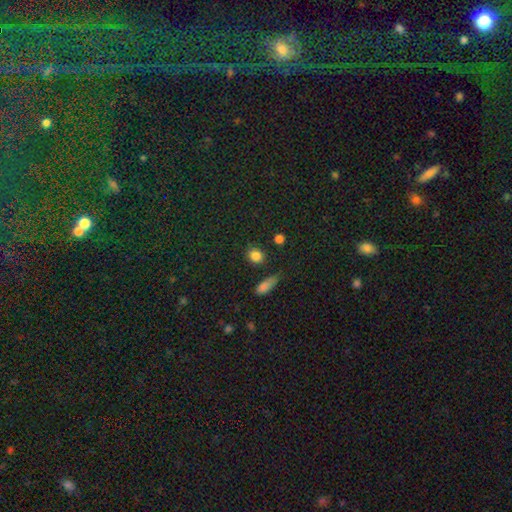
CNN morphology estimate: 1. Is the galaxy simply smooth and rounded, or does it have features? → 84% smooth, 11% star or artifact, 5% featured or disk.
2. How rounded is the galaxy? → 72% round, 26% in between, 2% cigar-shaped.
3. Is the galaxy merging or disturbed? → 82% none, 11% minor disturbance, 4% merger, 3% major disturbance.